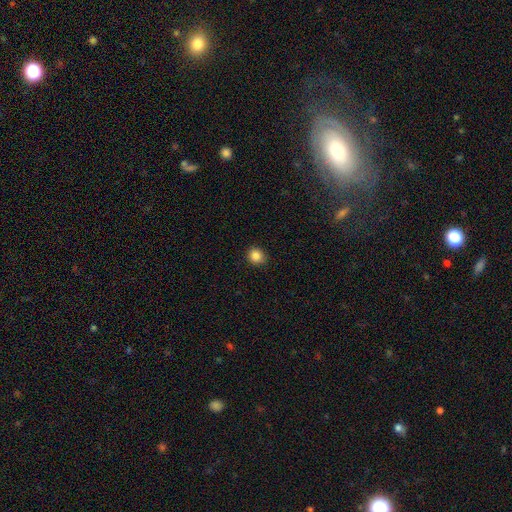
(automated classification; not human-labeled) Smooth or featured? Predicted: smooth (p=0.86). How rounded? Predicted: round (p=0.85). Merging? Predicted: none (p=0.90).